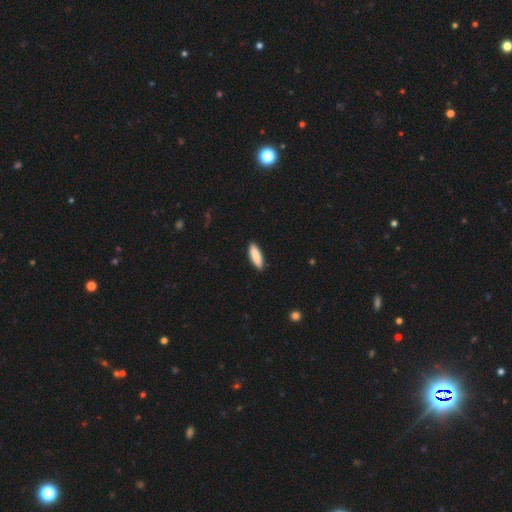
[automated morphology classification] type=smooth (88%); roundness=cigar-shaped (50%); merging=none (89%).